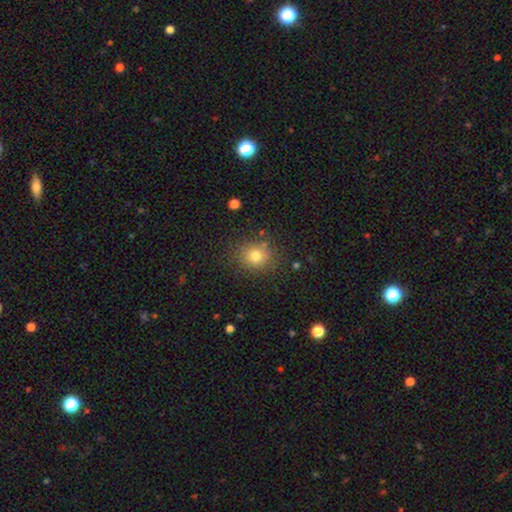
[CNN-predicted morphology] A smooth galaxy with no disk features (77%) that is round (79%). Merging: none (82%).